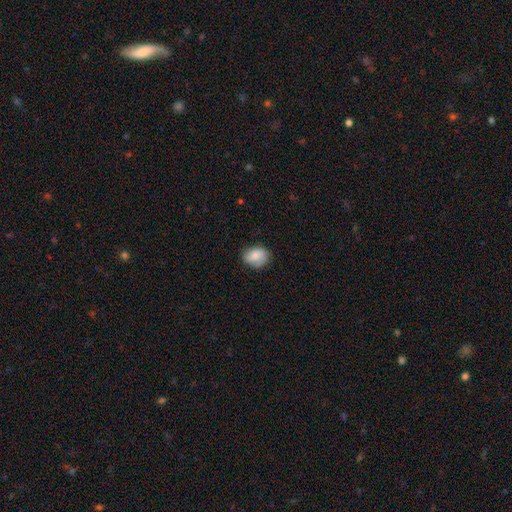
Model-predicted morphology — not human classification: type=smooth (83%); roundness=in between (54%); merging=none (71%).